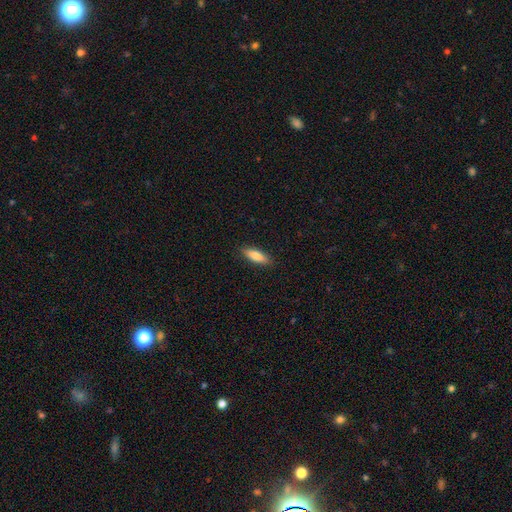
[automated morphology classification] type=smooth (83%); roundness=in between (55%); merging=none (88%).